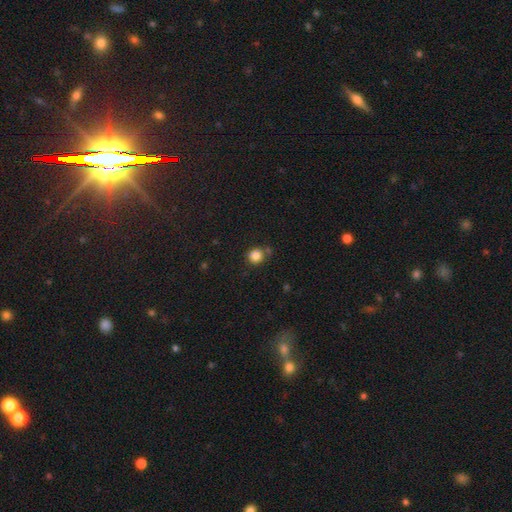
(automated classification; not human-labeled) Smooth or featured? Predicted: smooth (p=0.83). How rounded? Predicted: round (p=0.86). Merging? Predicted: none (p=0.71).